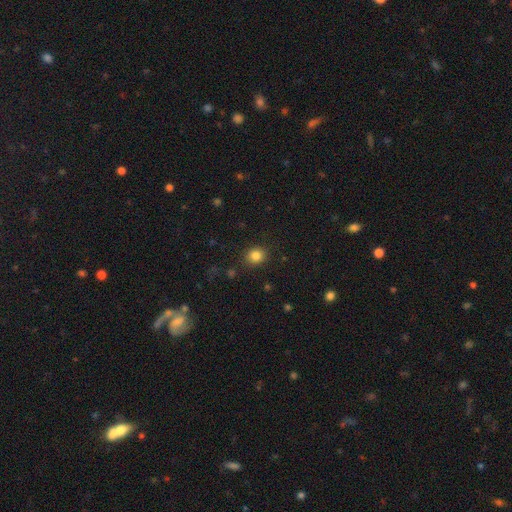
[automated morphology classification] The model was most divided on "how rounded": round: 76%, in between: 23%, cigar-shaped: 1%. More confident: merging — none (88%); smooth or featured — smooth (84%).